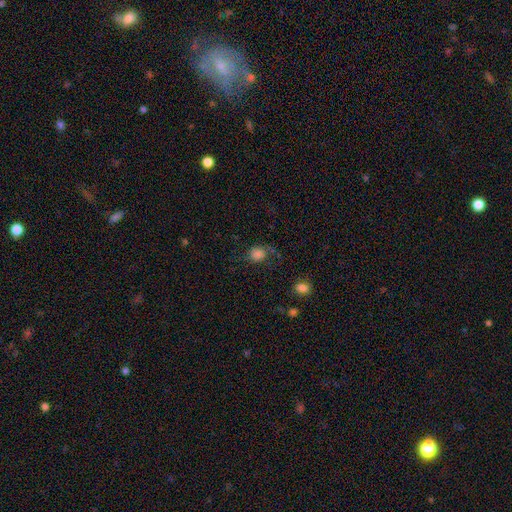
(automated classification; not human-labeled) A smooth galaxy with no disk features (60%) that is round (74%). Merging: none (55%).